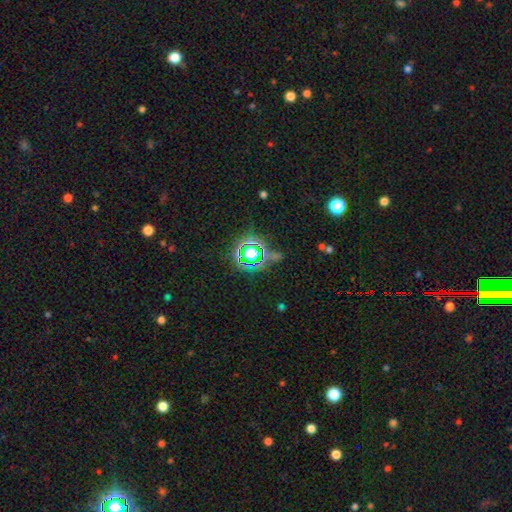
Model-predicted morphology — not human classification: smooth_or_featured: star or artifact (p=0.77) [alt: smooth p=0.16]